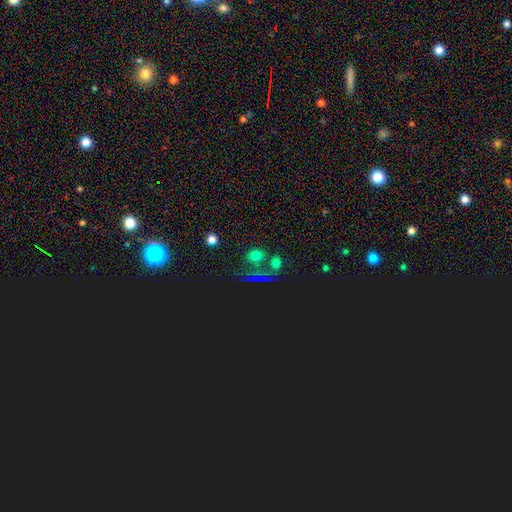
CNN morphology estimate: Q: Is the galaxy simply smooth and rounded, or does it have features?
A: smooth — 59%.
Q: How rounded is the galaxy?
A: round — 59%.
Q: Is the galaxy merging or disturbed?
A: none — 60%.